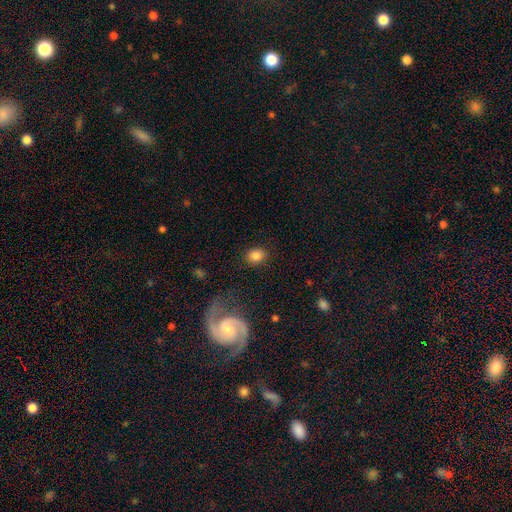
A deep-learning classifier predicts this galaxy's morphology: Smooth or featured? smooth (82%)
How rounded? in between (50%)
Merging? none (85%)